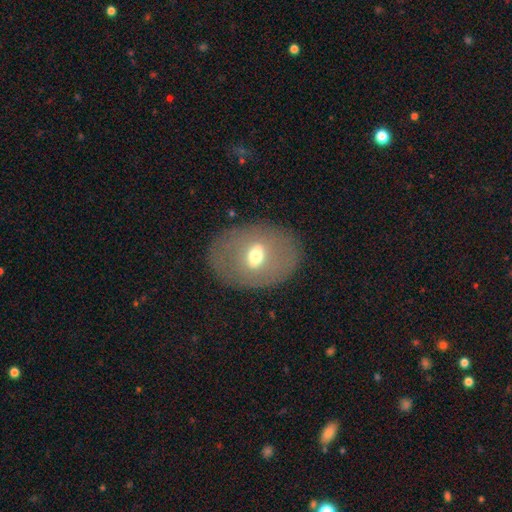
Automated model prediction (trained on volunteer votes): A featured or disk galaxy (50%).

Vote fractions:
- Smooth or featured? featured or disk: 50% / smooth: 41% / star or artifact: 9%
- Merging? none: 81% / minor disturbance: 11% / major disturbance: 7% / merger: 1%